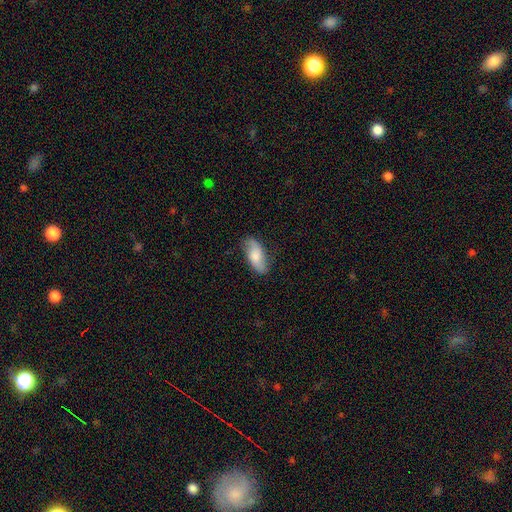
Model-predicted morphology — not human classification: Smooth or featured? Predicted: smooth (p=0.61). How rounded? Predicted: in between (p=0.84). Merging? Predicted: none (p=0.77).